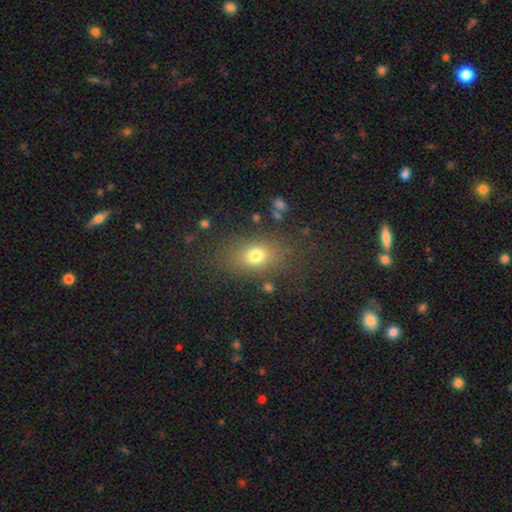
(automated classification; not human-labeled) Smooth or featured? smooth (74%)
How rounded? in between (69%)
Merging? none (77%)